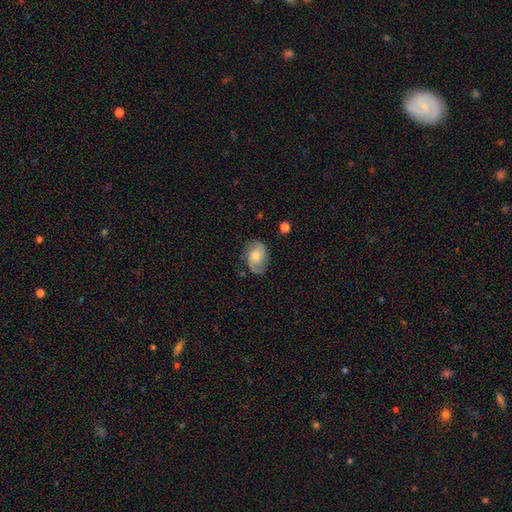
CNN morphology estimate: Smooth or featured?
  - featured or disk: 71% *
  - smooth: 22%
  - star or artifact: 7%
Edge-on disk?
  - no: 97% *
  - yes: 3%
Bar?
  - no: 67% *
  - weak: 28%
  - strong: 5%
Spiral arms?
  - yes: 93% *
  - no: 7%
Spiral winding?
  - medium: 48% *
  - tight: 28%
  - loose: 24%
Spiral arm count?
  - 2: 87% *
  - can't tell: 6%
  - 1: 2%
  - 3: 2%
  - 4: 1%
  - more than 4: 1%
Bulge size?
  - moderate: 59% *
  - small: 29%
  - large: 7%
  - none: 4%
  - dominant: 1%
Merging?
  - none: 78% *
  - minor disturbance: 16%
  - major disturbance: 5%
  - merger: 1%